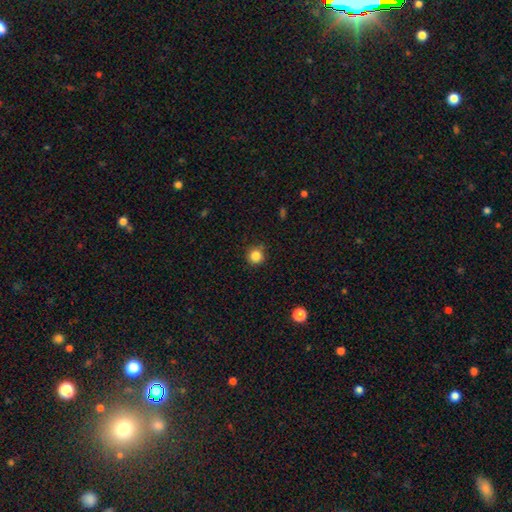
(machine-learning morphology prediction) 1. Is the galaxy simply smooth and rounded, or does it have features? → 84% smooth, 12% star or artifact, 4% featured or disk.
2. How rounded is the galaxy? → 93% round, 6% in between, 1% cigar-shaped.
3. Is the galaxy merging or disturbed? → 81% none, 15% minor disturbance, 3% major disturbance, 2% merger.